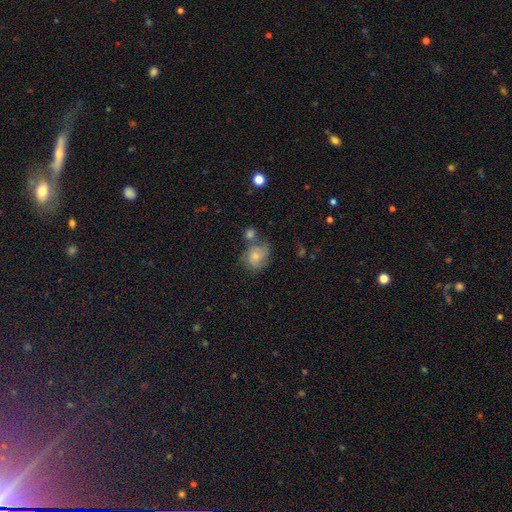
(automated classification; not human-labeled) Smooth or featured?
  - featured or disk: 46% *
  - smooth: 45%
  - star or artifact: 9%
Merging?
  - none: 49% *
  - minor disturbance: 21%
  - merger: 20%
  - major disturbance: 10%